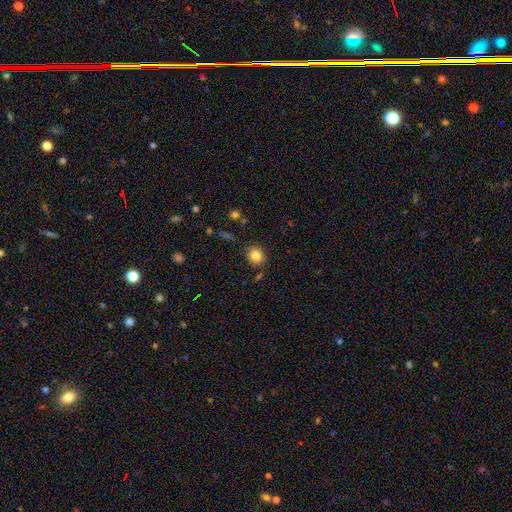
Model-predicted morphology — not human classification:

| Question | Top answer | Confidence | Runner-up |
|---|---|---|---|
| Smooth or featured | smooth | 84% | star or artifact (10%) |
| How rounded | round | 79% | in between (20%) |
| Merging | none | 84% | minor disturbance (10%) |